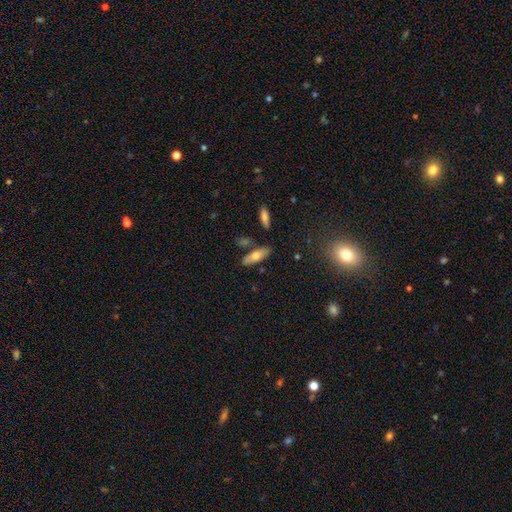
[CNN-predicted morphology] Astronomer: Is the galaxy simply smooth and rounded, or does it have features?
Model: smooth — 67%.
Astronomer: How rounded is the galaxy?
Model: in between — 63%.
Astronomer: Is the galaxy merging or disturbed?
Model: none — 76%.